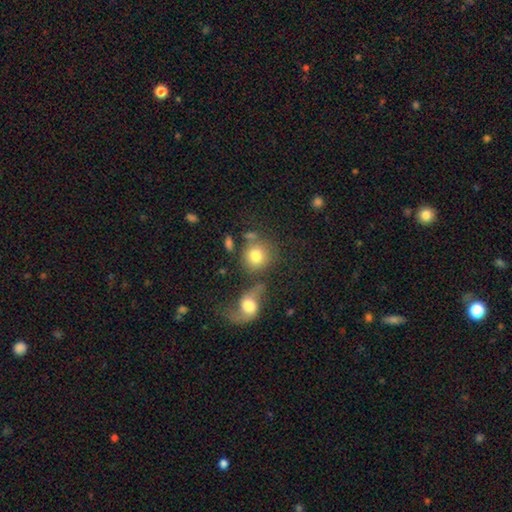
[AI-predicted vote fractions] A smooth galaxy with no disk features (77%) that is round (85%). Merging: none (54%).